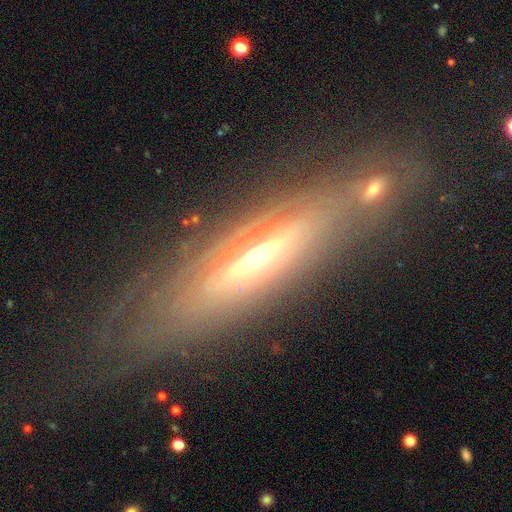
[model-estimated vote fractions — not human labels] Smooth or featured? Predicted: featured or disk (p=0.72). Edge-on disk? Predicted: yes (p=0.60). Merging? Predicted: none (p=0.69).